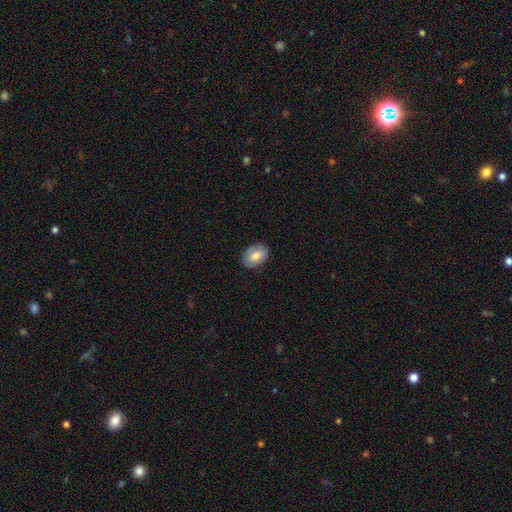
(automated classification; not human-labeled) A smooth galaxy with no disk features (72%) that is in between round and cigar-shaped (76%). Merging: none (82%).